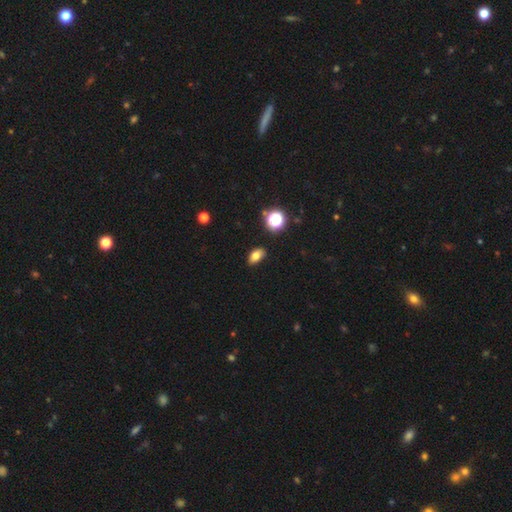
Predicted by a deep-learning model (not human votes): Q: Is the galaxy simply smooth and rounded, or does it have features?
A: smooth — 77%.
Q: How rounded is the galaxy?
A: in between — 87%.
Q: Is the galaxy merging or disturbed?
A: none — 86%.